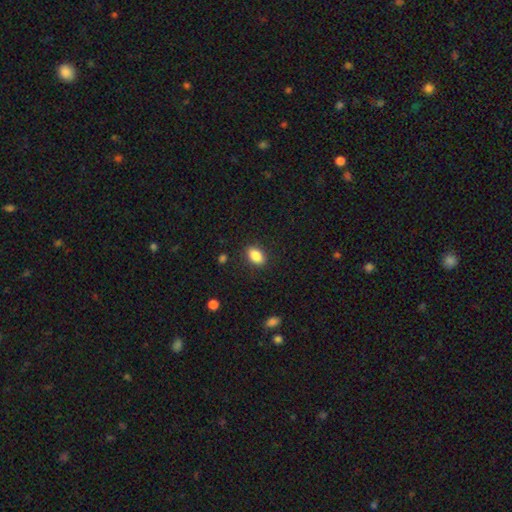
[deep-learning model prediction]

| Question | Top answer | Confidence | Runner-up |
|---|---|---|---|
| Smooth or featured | smooth | 87% | star or artifact (8%) |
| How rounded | in between | 88% | round (10%) |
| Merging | none | 87% | minor disturbance (9%) |